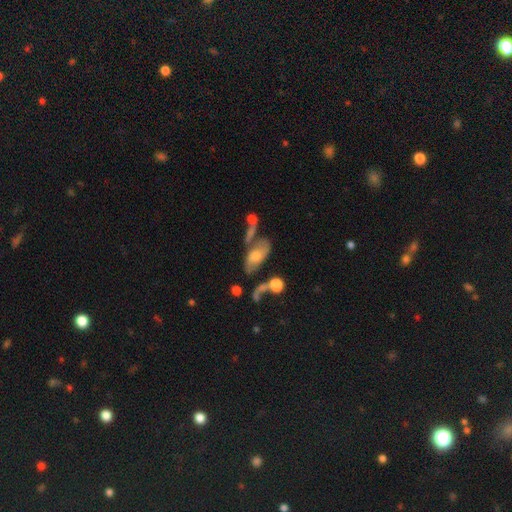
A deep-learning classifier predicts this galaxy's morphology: Q: Smooth or featured?
A: featured or disk (53%); runner-up: smooth (38%)
Q: Edge-on disk?
A: no (83%); runner-up: yes (17%)
Q: Merging?
A: none (40%); runner-up: merger (22%)